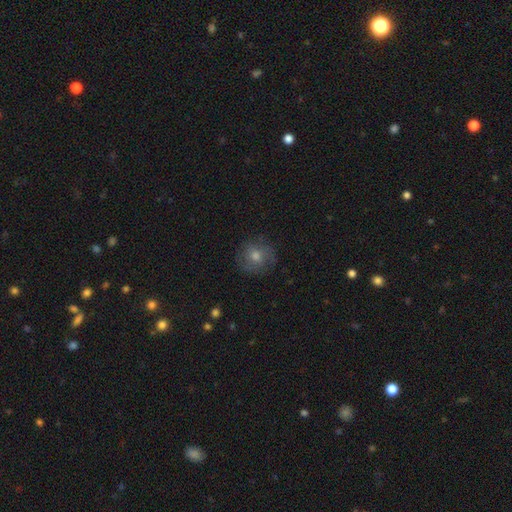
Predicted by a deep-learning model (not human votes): Smooth or featured? Predicted: smooth (p=0.57). How rounded? Predicted: round (p=0.90). Merging? Predicted: none (p=0.82).